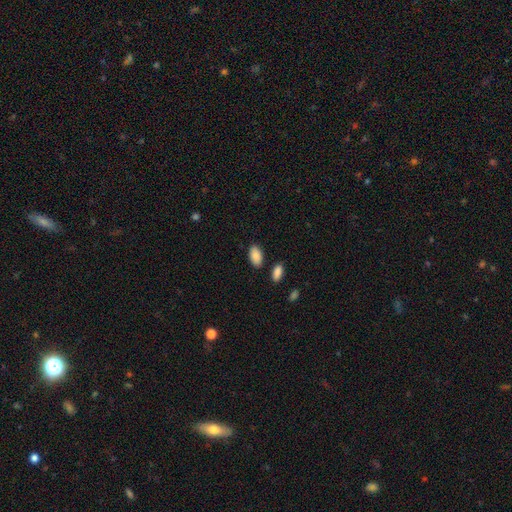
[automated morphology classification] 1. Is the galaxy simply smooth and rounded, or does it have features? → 89% smooth, 7% star or artifact, 5% featured or disk.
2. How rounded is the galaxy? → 94% in between, 4% round, 2% cigar-shaped.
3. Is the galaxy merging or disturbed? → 84% none, 10% minor disturbance, 4% merger, 2% major disturbance.